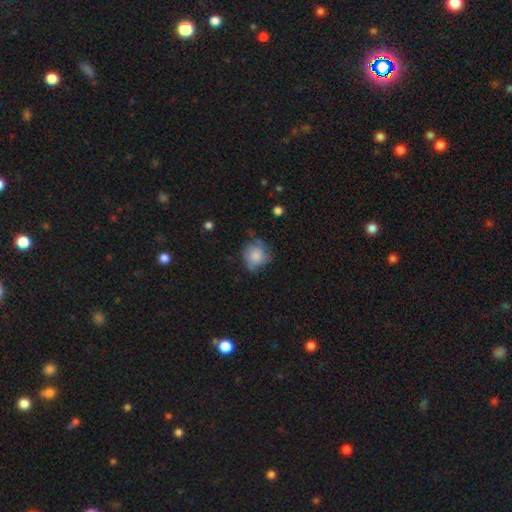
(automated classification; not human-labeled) Morphology: type=smooth (72%); roundness=round (81%); merging=none (53%).